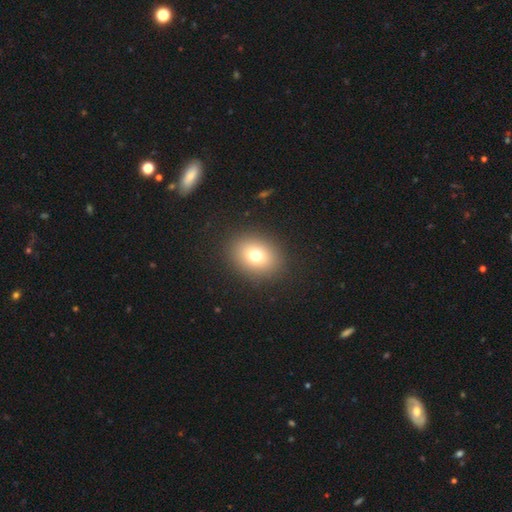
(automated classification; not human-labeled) Overall: smooth (75%). How rounded: round (52%; in between 48%). Merging: none (90%).